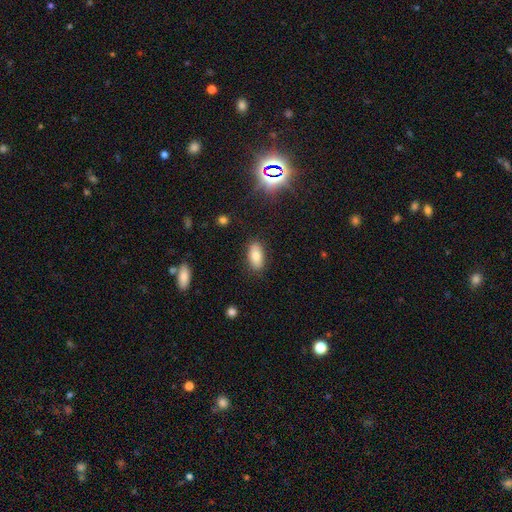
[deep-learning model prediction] This appears to be a smooth galaxy with no disk features (79%) that is in between round and cigar-shaped (91%). Merging: none (85%).